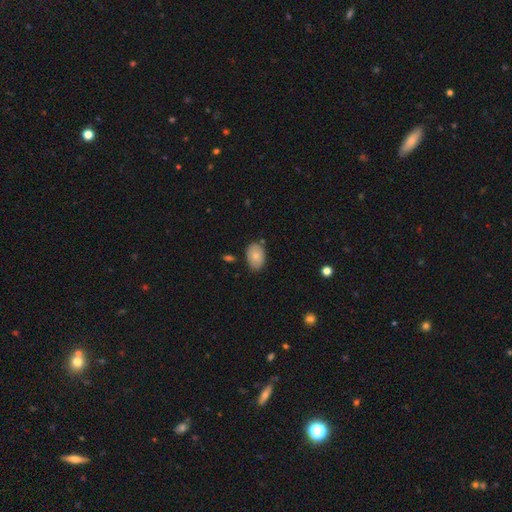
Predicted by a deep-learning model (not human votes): Smooth or featured: smooth — 79% (featured or disk — 14%)
How rounded: in between — 87% (round — 12%)
Merging: none — 79% (minor disturbance — 15%)